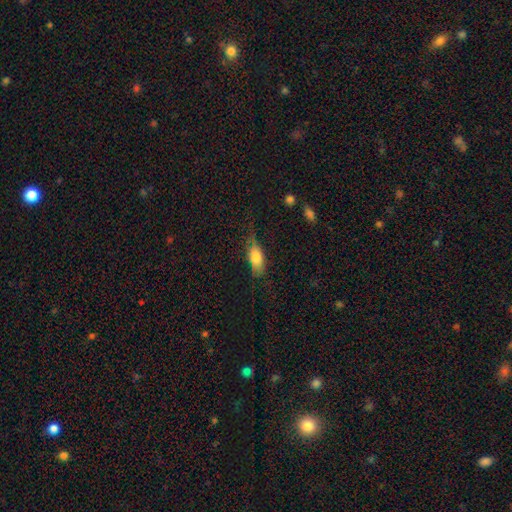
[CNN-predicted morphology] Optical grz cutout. It shows a smooth galaxy with no disk features (74%) that is in between round and cigar-shaped (79%). Merging: none (52%).